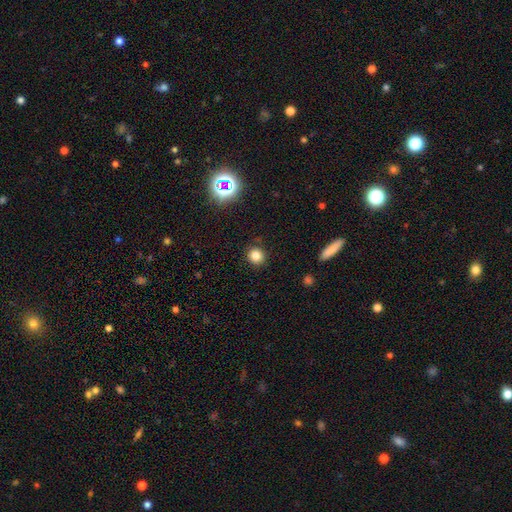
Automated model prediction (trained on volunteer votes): Smooth or featured: smooth — 81% (star or artifact — 14%)
How rounded: round — 89% (in between — 10%)
Merging: none — 90% (minor disturbance — 7%)